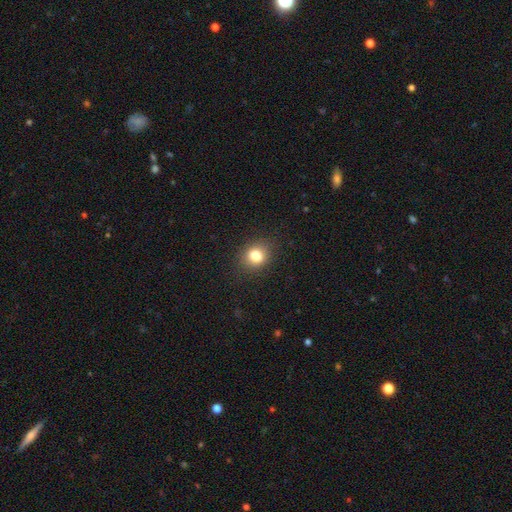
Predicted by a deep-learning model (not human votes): Q: Smooth or featured?
A: smooth (81%); runner-up: star or artifact (12%)
Q: How rounded?
A: round (67%); runner-up: in between (32%)
Q: Merging?
A: none (88%); runner-up: minor disturbance (9%)